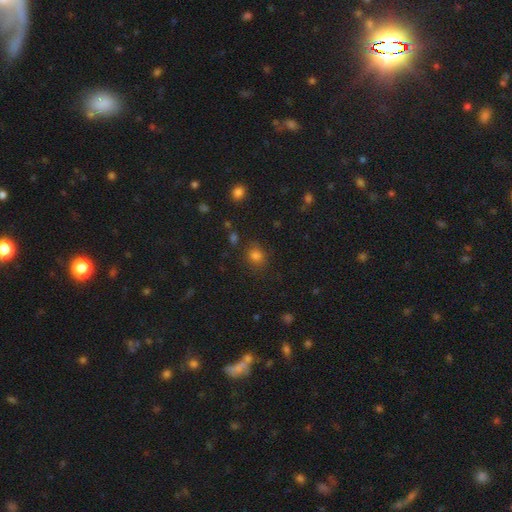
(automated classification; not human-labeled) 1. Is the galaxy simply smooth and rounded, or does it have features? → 77% smooth, 17% star or artifact, 6% featured or disk.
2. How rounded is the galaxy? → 67% round, 32% in between, 1% cigar-shaped.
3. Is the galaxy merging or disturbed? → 75% none, 16% minor disturbance, 6% major disturbance, 4% merger.